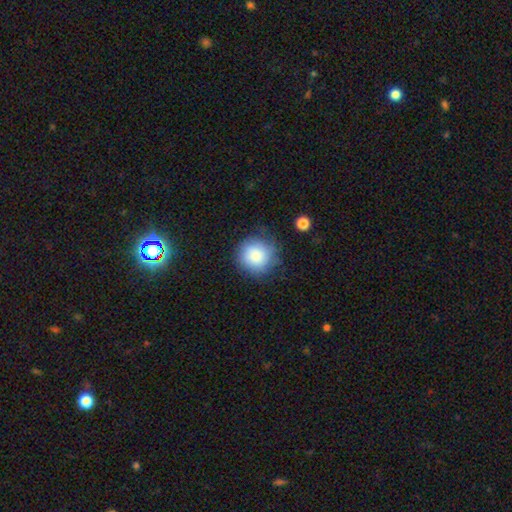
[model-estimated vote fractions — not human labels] Smooth or featured? Predicted: smooth (p=0.82). How rounded? Predicted: round (p=0.92). Merging? Predicted: none (p=0.71).